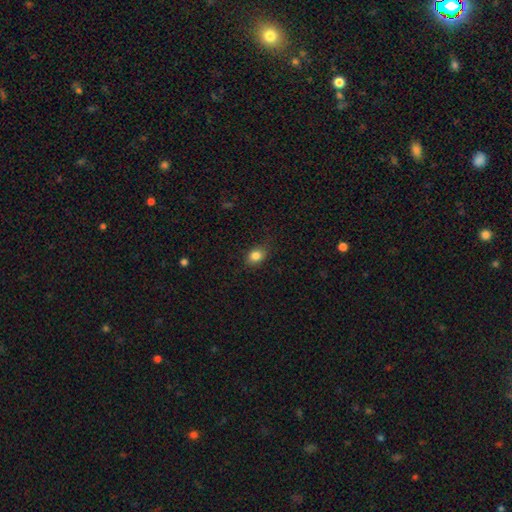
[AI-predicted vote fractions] Q: Smooth or featured?
A: smooth (84%); runner-up: star or artifact (10%)
Q: How rounded?
A: in between (60%); runner-up: round (39%)
Q: Merging?
A: none (80%); runner-up: minor disturbance (16%)